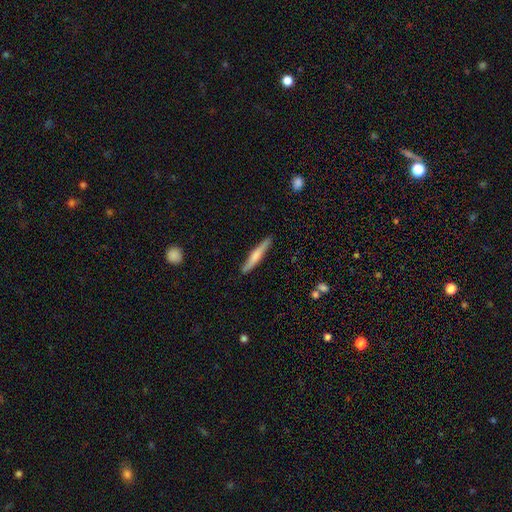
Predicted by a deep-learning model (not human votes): Morphology: type=smooth (56%); roundness=cigar-shaped (94%); merging=none (88%).